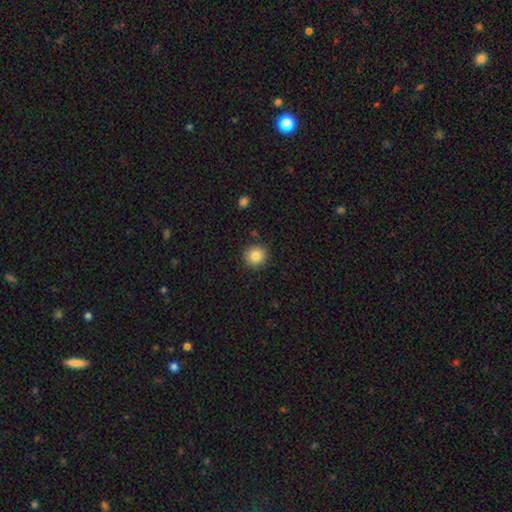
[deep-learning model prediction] This is clearly a smooth galaxy (85%). How rounded: clearly round (93%). Merging: clearly none (90%).